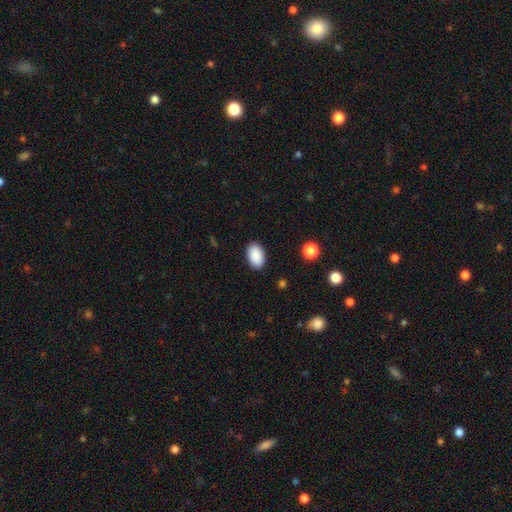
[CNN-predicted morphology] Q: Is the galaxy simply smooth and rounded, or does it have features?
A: smooth — 90%.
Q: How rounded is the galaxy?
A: in between — 92%.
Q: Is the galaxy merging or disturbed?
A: none — 89%.